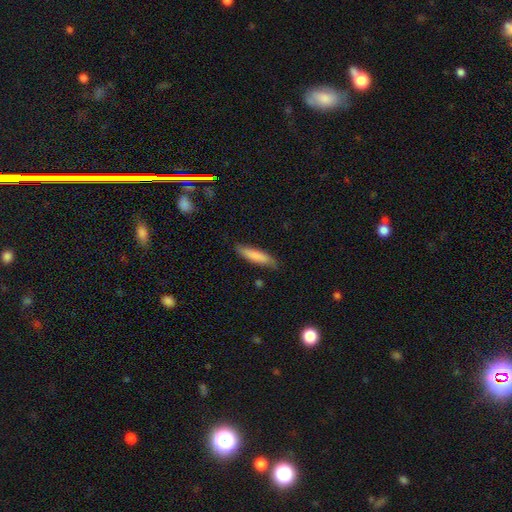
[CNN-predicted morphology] The model was most divided on "how rounded": cigar-shaped: 74%, in between: 25%, round: 1%. More confident: smooth or featured — smooth (83%); merging — none (83%).